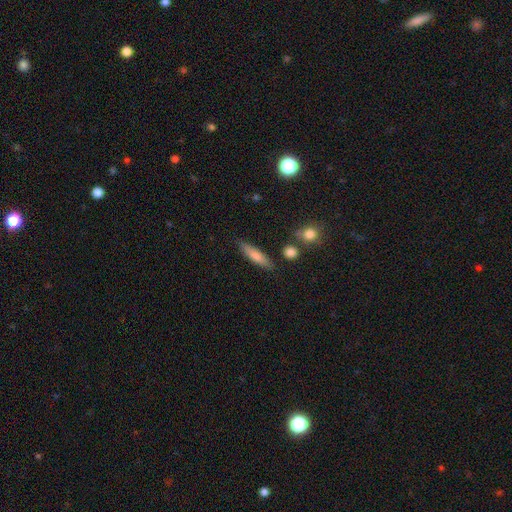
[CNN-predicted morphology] A smooth galaxy with no disk features (75%) that is cigar-shaped (75%).

Vote fractions:
- Smooth or featured? smooth: 75% / featured or disk: 19% / star or artifact: 6%
- How rounded? cigar-shaped: 75% / in between: 23% / round: 2%
- Merging? none: 84% / minor disturbance: 10% / merger: 3% / major disturbance: 3%